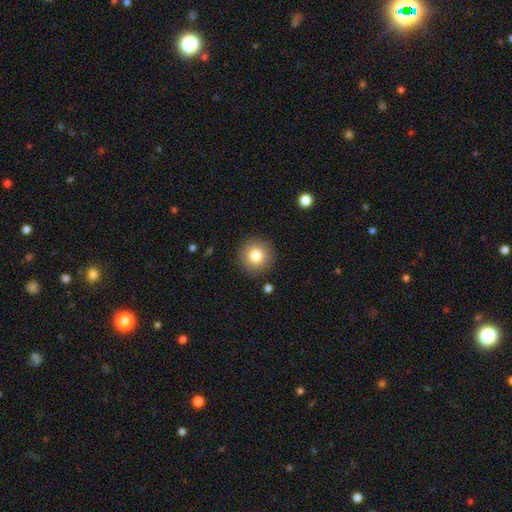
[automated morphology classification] Smooth or featured? Predicted: smooth (p=0.80). How rounded? Predicted: round (p=0.95). Merging? Predicted: none (p=0.90).